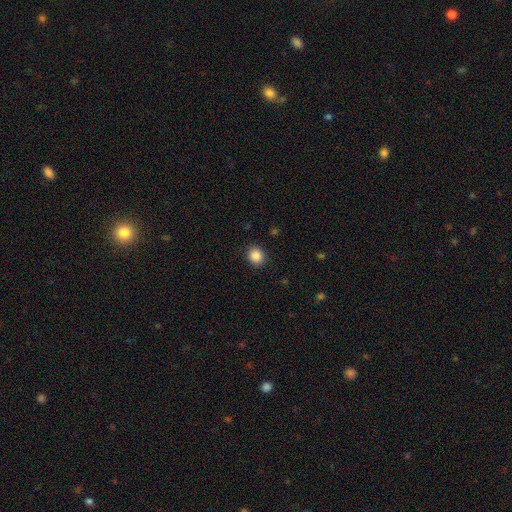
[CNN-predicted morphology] A smooth galaxy with no disk features (87%) that is round (77%).

Vote fractions:
- Smooth or featured? smooth: 87% / star or artifact: 10% / featured or disk: 3%
- How rounded? round: 77% / in between: 22% / cigar-shaped: 1%
- Merging? none: 90% / minor disturbance: 7% / major disturbance: 2% / merger: 1%